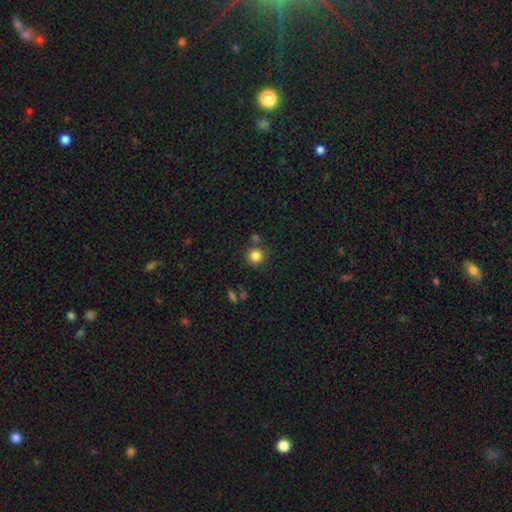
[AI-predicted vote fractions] Morphology: type=smooth (84%); roundness=round (92%); merging=none (79%).